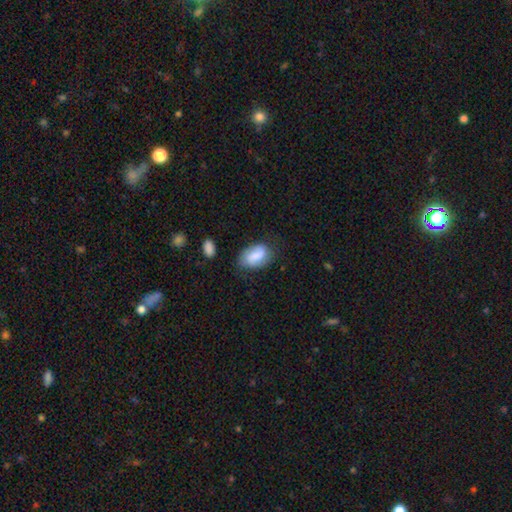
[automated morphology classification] A smooth galaxy with no disk features (65%) that is in between round and cigar-shaped (90%). Merging: none (65%).